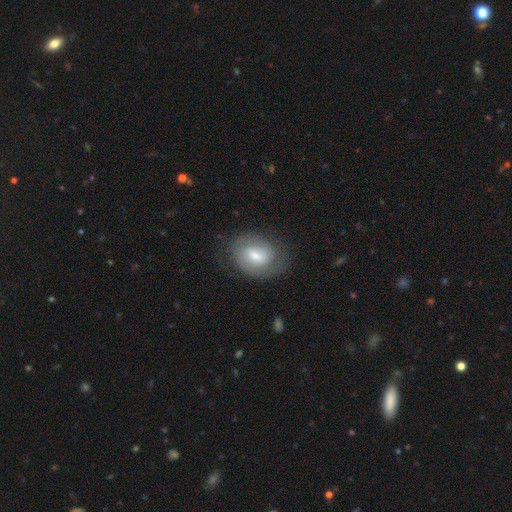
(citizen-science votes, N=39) Smooth or featured? featured or disk (77%)
Edge-on disk? no (100%)
Bar? weak (60%)
Spiral arms? yes (83%)
Spiral winding? tight (40%)
Spiral arm count? 2 (68%)
Bulge size? small (47%)
Merging? none (70%)